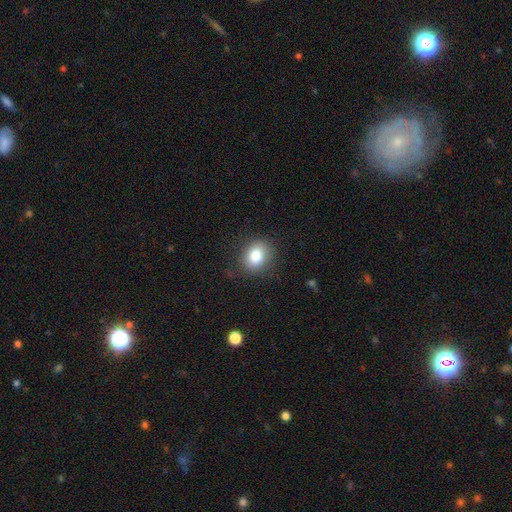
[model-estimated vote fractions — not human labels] Q: Smooth or featured?
A: smooth (83%); runner-up: star or artifact (9%)
Q: How rounded?
A: round (51%); runner-up: in between (48%)
Q: Merging?
A: none (83%); runner-up: minor disturbance (12%)